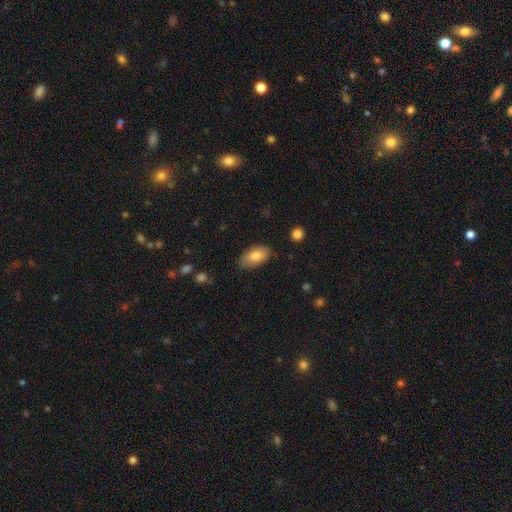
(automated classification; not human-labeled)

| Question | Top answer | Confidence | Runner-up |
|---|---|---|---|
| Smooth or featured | smooth | 80% | featured or disk (13%) |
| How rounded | in between | 93% | cigar-shaped (4%) |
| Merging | none | 81% | minor disturbance (15%) |